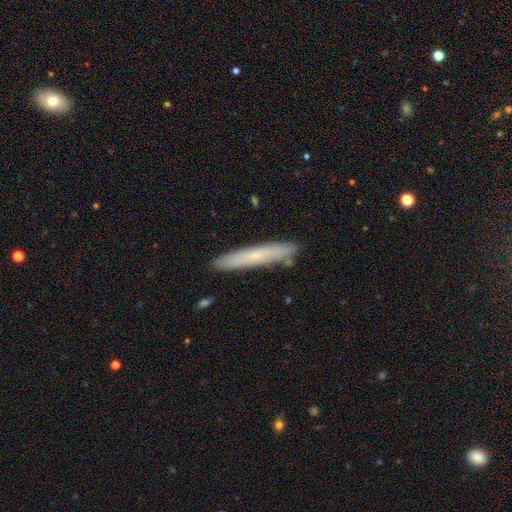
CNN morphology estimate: A smooth galaxy with no disk features (58%) that is cigar-shaped (94%). Merging: none (88%).